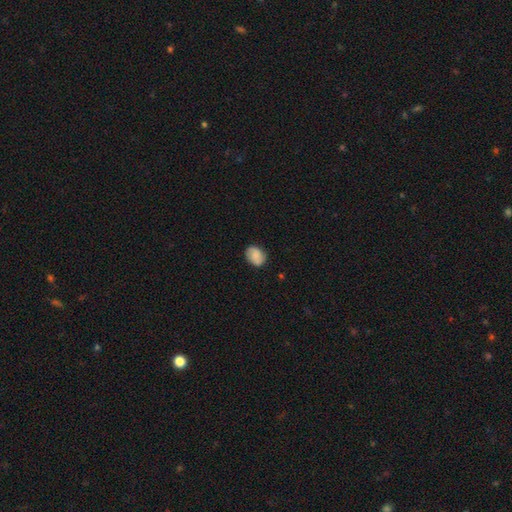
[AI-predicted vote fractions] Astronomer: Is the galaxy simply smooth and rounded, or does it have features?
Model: smooth — 72%.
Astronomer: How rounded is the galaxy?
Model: in between — 62% (runner-up: round, 37%).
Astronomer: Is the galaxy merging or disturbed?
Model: none — 81%.